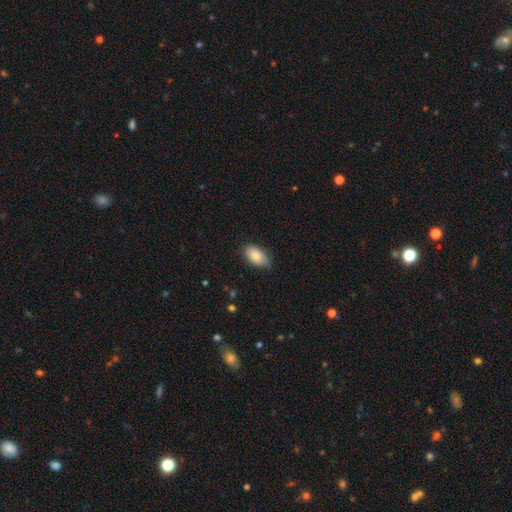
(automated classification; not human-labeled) Morphology: type=smooth (81%); roundness=in between (93%); merging=none (76%).